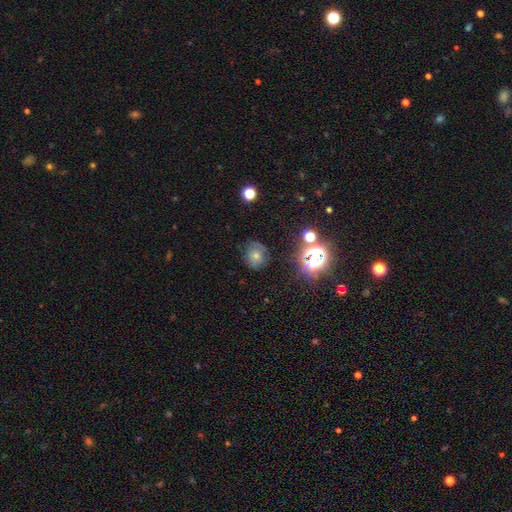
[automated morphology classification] Smooth or featured? Predicted: smooth (p=0.58). How rounded? Predicted: round (p=0.69). Merging? Predicted: none (p=0.72).